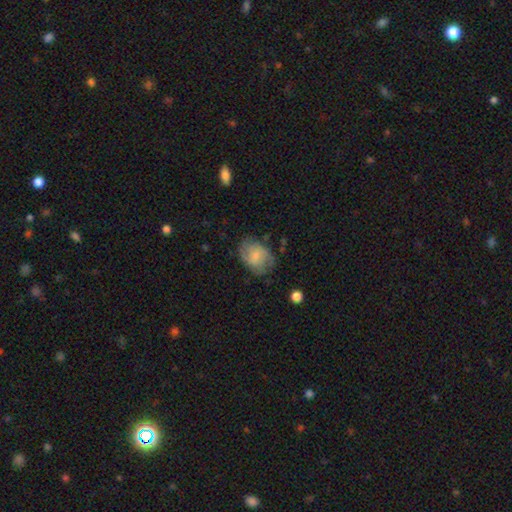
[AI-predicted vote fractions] This is possibly a smooth galaxy (58%). How rounded: likely in between (62%). Merging: likely none (61%).